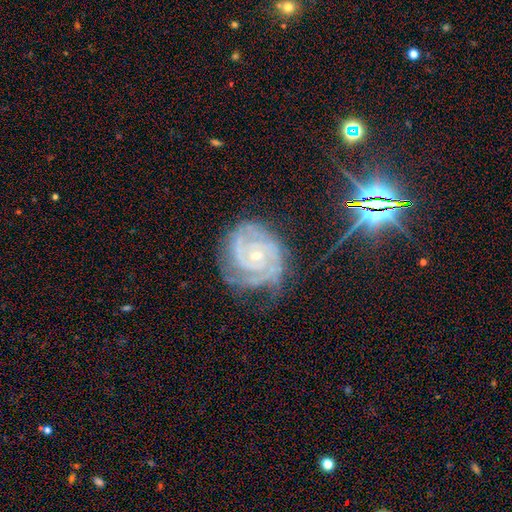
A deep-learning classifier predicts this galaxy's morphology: This appears to be a featured or disk galaxy (89%) with no bar (72%), 2 (33%) tight (76%) spiral arms (98%) and a small central bulge (74%). Merging: none (65%).